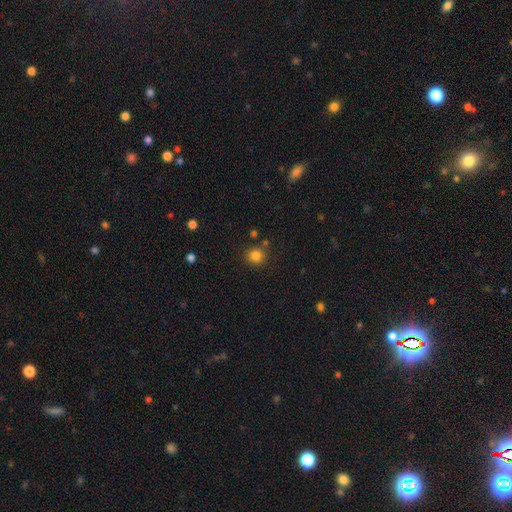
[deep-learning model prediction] Morphology: type=smooth (82%); roundness=round (90%); merging=none (83%).